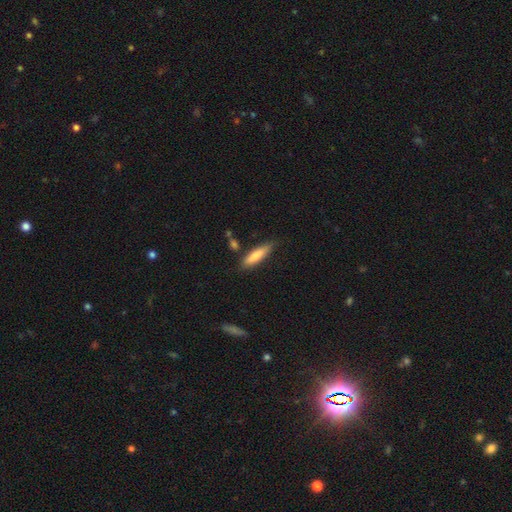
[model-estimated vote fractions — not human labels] A smooth galaxy with no disk features (77%) that is cigar-shaped (68%).

Vote fractions:
- Smooth or featured? smooth: 77% / featured or disk: 18% / star or artifact: 6%
- How rounded? cigar-shaped: 68% / in between: 31% / round: 2%
- Merging? none: 78% / minor disturbance: 15% / merger: 4% / major disturbance: 3%